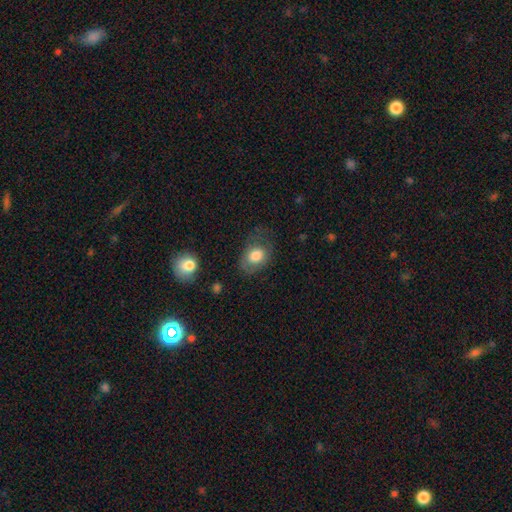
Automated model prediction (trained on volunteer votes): Smooth or featured: smooth — 76% (featured or disk — 16%)
How rounded: in between — 71% (round — 28%)
Merging: none — 55% (minor disturbance — 25%)